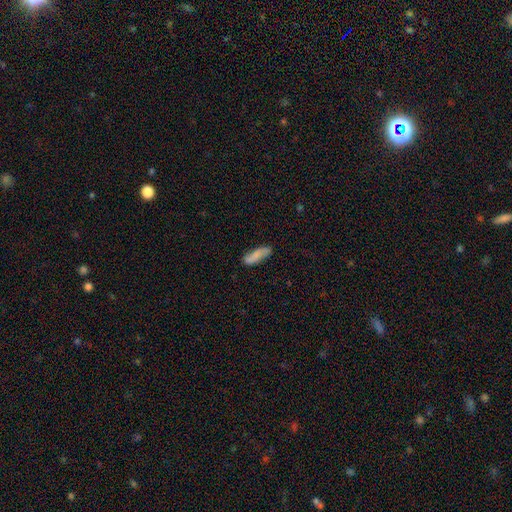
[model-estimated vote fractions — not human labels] smooth_or_featured: smooth (p=0.74) [alt: featured or disk p=0.20]
how_rounded: cigar-shaped (p=0.49) [tied with: in between p=0.49]
merging: none (p=0.75) [alt: minor disturbance p=0.18]